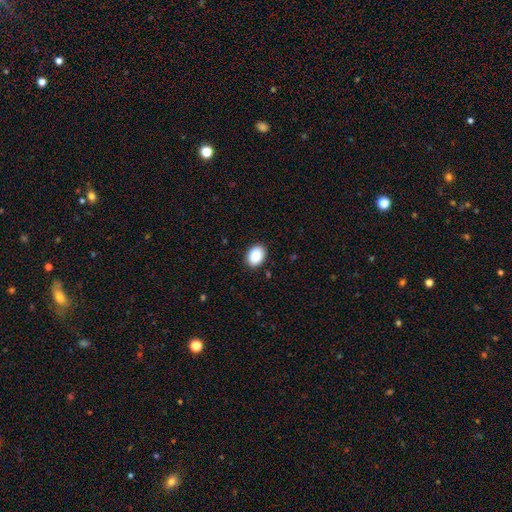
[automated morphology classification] A smooth galaxy with no disk features (89%) that is in between round and cigar-shaped (74%). Merging: none (89%).